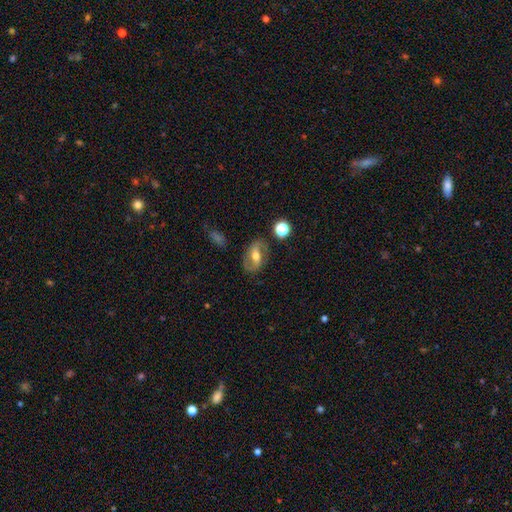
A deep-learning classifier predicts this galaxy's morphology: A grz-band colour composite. It shows a featured or disk galaxy (69%) with a strong bar (39%), 2 (88%) medium (45%) spiral arms (83%) and a moderate central bulge (70%). Merging: none (80%).